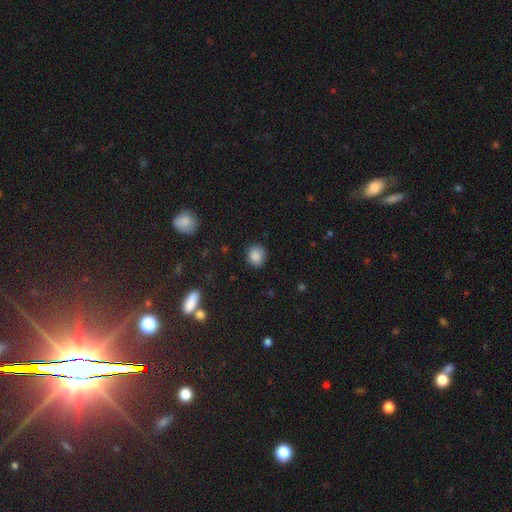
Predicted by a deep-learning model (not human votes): A smooth galaxy with no disk features (87%) that is round (72%).

Vote fractions:
- Smooth or featured? smooth: 87% / star or artifact: 9% / featured or disk: 4%
- How rounded? round: 72% / in between: 27% / cigar-shaped: 1%
- Merging? none: 87% / minor disturbance: 9% / major disturbance: 3% / merger: 1%